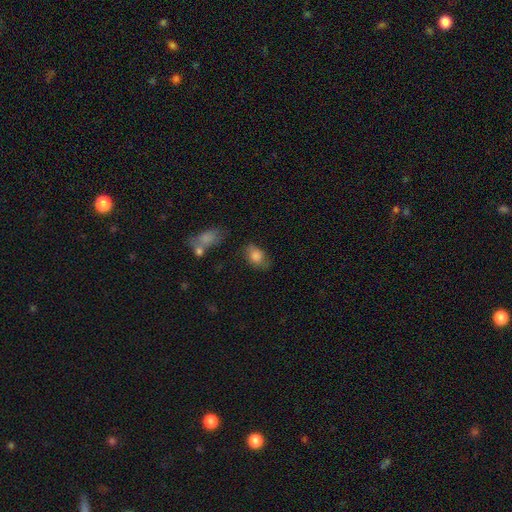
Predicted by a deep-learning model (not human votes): smooth-or-featured: smooth: 78% | featured or disk: 13% | star or artifact: 9%
  how-rounded: in between: 79% | round: 19% | cigar-shaped: 2%
  merging: none: 59% | minor disturbance: 26% | major disturbance: 9% | merger: 5%